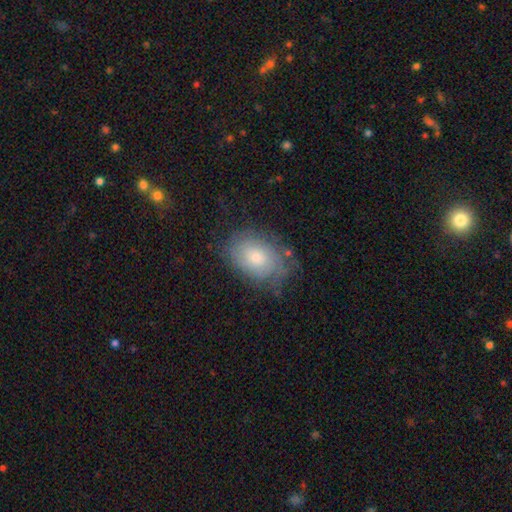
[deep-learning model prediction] A smooth galaxy with no disk features (49%). Merging: none (67%).